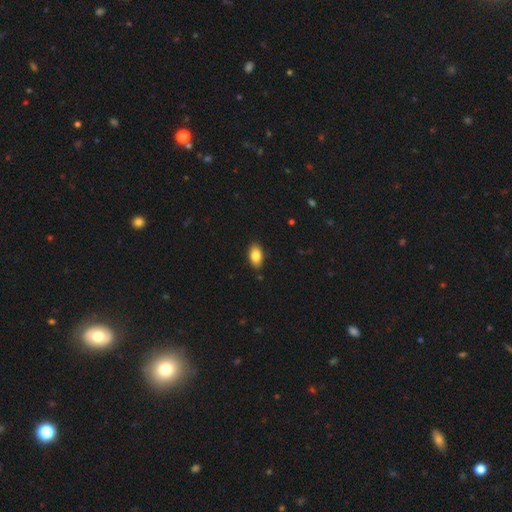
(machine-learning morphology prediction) Smooth or featured? smooth (84%)
How rounded? in between (91%)
Merging? none (85%)